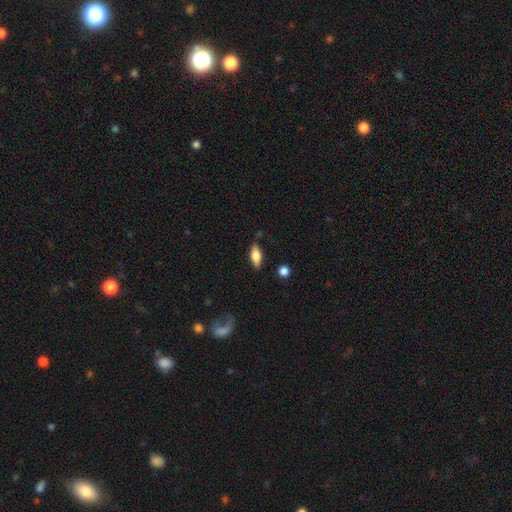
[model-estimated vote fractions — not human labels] Smooth or featured? Predicted: smooth (p=0.66). How rounded? Predicted: in between (p=0.78). Merging? Predicted: none (p=0.80).